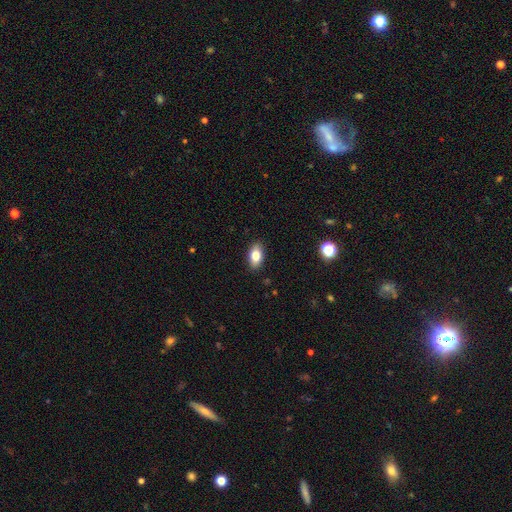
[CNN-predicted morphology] type=smooth (82%); roundness=in between (90%); merging=none (88%).